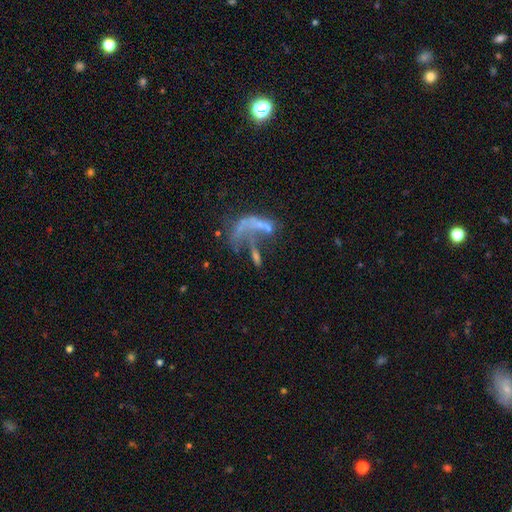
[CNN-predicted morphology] type=featured or disk (51%); edge-on=no (93%); merging=major disturbance (37%).